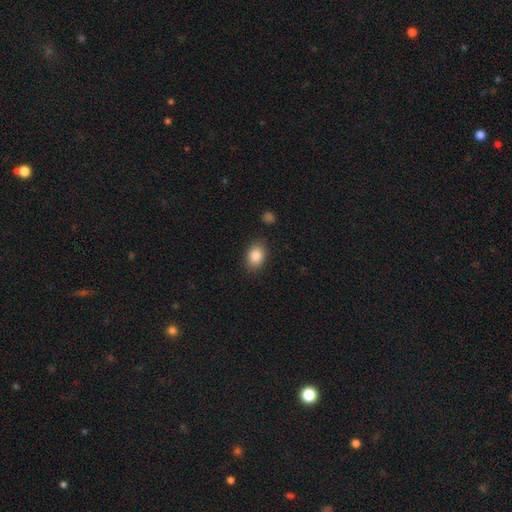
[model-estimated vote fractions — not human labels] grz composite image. It shows a smooth galaxy with no disk features (86%) that is in between round and cigar-shaped (75%). Merging: none (85%).